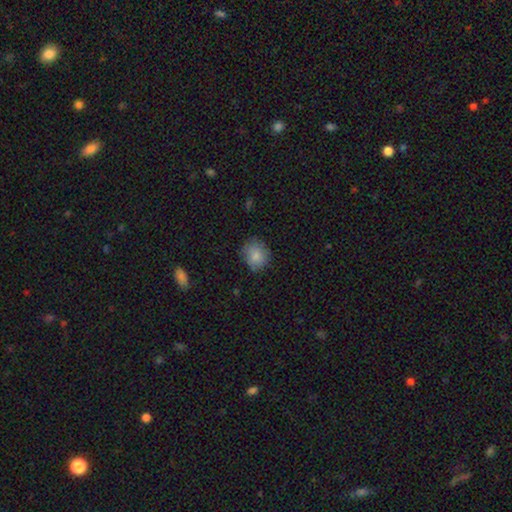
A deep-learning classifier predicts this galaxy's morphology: smooth_or_featured: smooth (p=0.83) [alt: featured or disk p=0.09]
how_rounded: round (p=0.78) [alt: in between p=0.21]
merging: none (p=0.74) [alt: minor disturbance p=0.20]